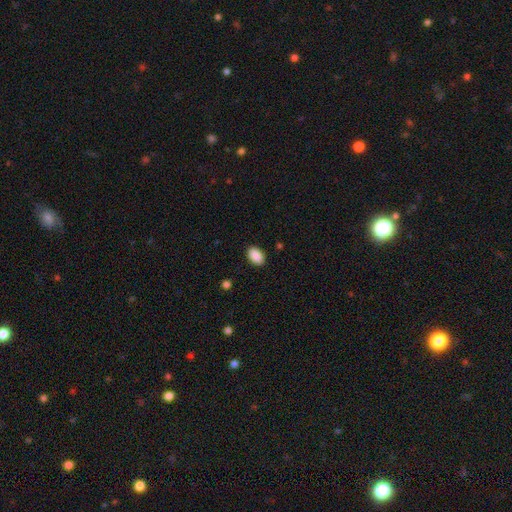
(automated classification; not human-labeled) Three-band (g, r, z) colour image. It shows a smooth galaxy with no disk features (90%) that is in between round and cigar-shaped (88%). Merging: none (89%).